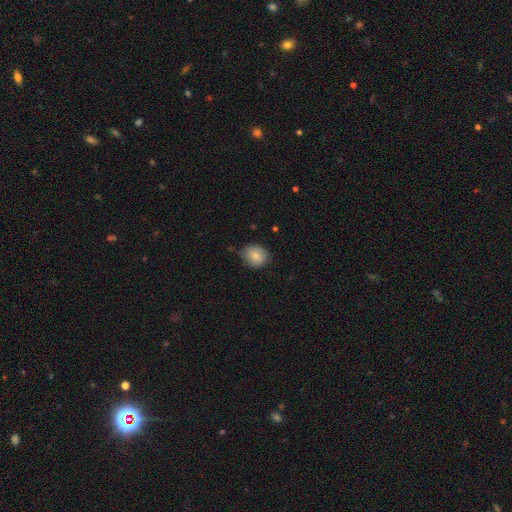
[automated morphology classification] Q: Smooth or featured?
A: smooth (82%); runner-up: featured or disk (10%)
Q: How rounded?
A: round (64%); runner-up: in between (35%)
Q: Merging?
A: none (72%); runner-up: minor disturbance (22%)